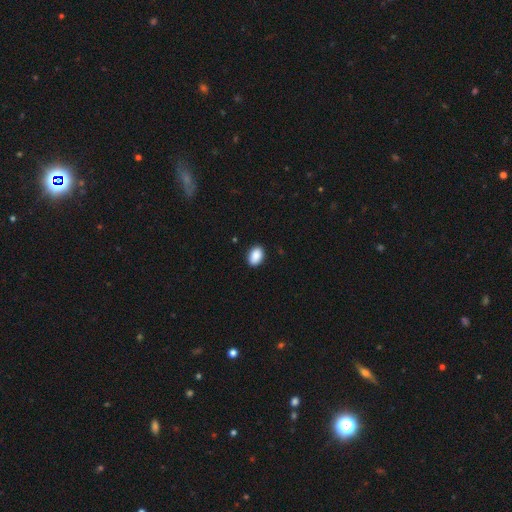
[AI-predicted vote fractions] Smooth or featured? smooth (90%)
How rounded? in between (84%)
Merging? none (88%)